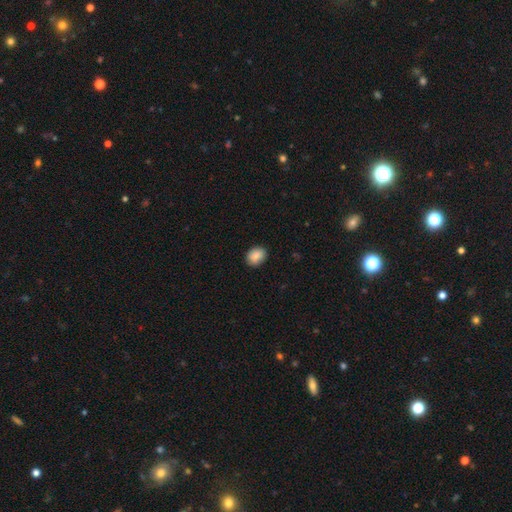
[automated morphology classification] Smooth or featured? smooth (87%)
How rounded? in between (56%)
Merging? none (87%)